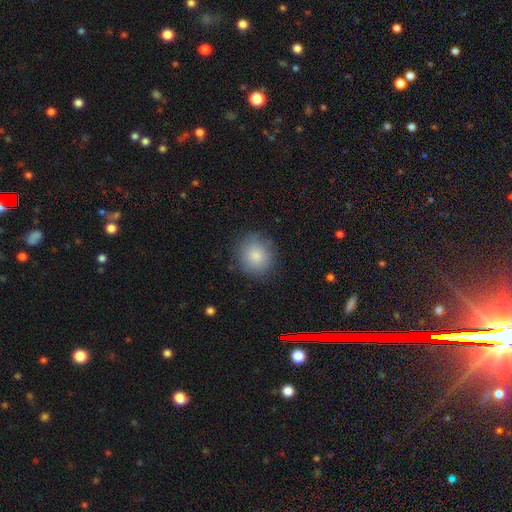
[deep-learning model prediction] smooth-or-featured: smooth: 85% | star or artifact: 8% | featured or disk: 7%
  how-rounded: round: 81% | in between: 18% | cigar-shaped: 1%
  merging: none: 84% | minor disturbance: 11% | major disturbance: 3% | merger: 1%